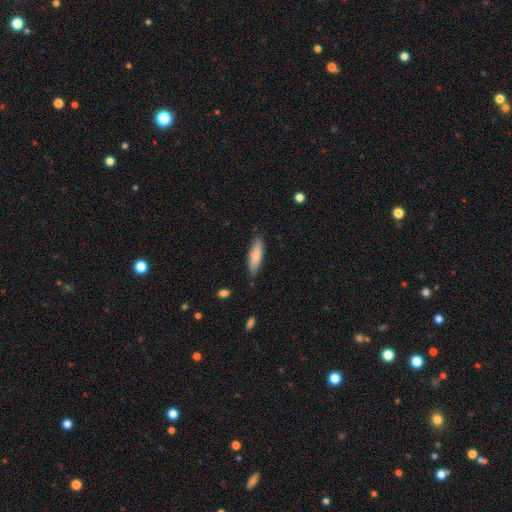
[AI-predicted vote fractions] Smooth or featured? smooth (79%)
How rounded? cigar-shaped (66%)
Merging? none (81%)